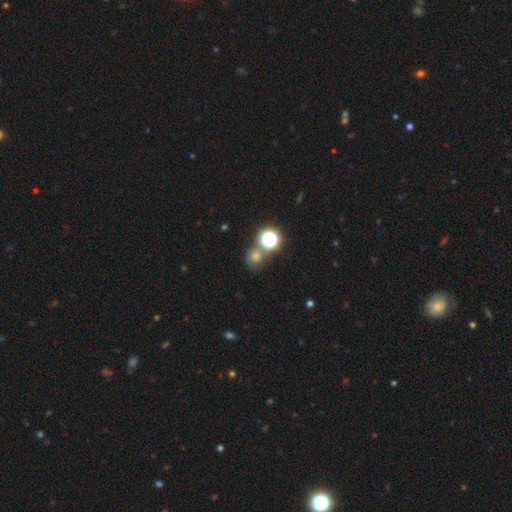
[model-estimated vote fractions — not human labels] Morphology: type=smooth (49%); merging=none (67%).